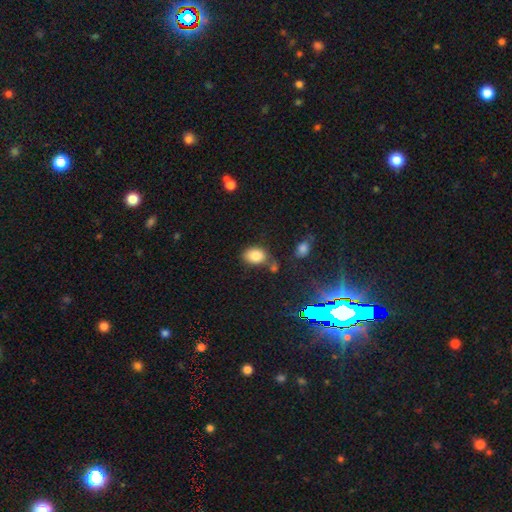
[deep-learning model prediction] Smooth or featured? Predicted: smooth (p=0.81). How rounded? Predicted: in between (p=0.72). Merging? Predicted: none (p=0.62).